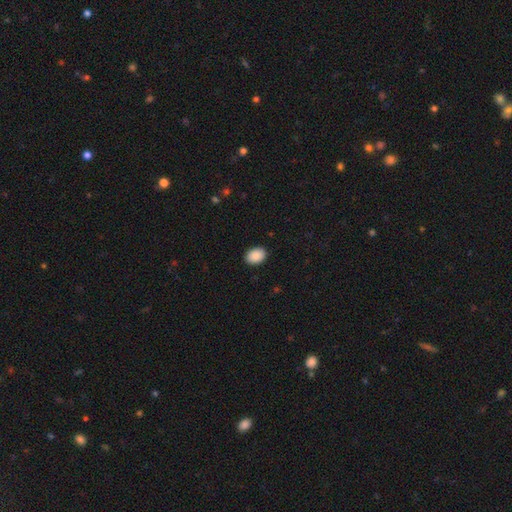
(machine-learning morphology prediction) Smooth or featured? Predicted: smooth (p=0.90). How rounded? Predicted: in between (p=0.75). Merging? Predicted: none (p=0.91).